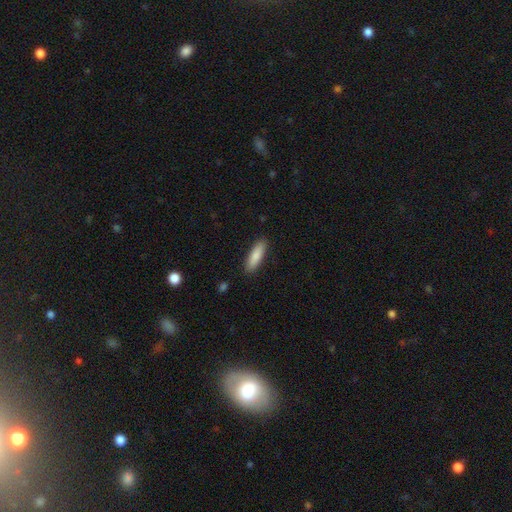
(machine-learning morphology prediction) smooth 86%, featured or disk 8%, star or artifact 6%. Down the decision tree: how rounded — cigar-shaped (62%); merging — none (88%).